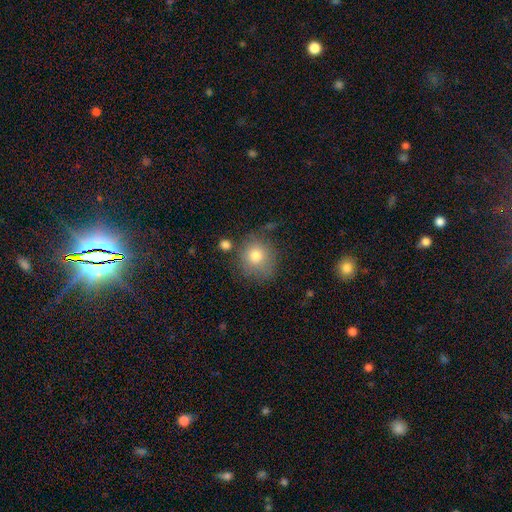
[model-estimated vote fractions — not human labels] Smooth or featured? Predicted: smooth (p=0.78). How rounded? Predicted: round (p=0.86). Merging? Predicted: none (p=0.70).